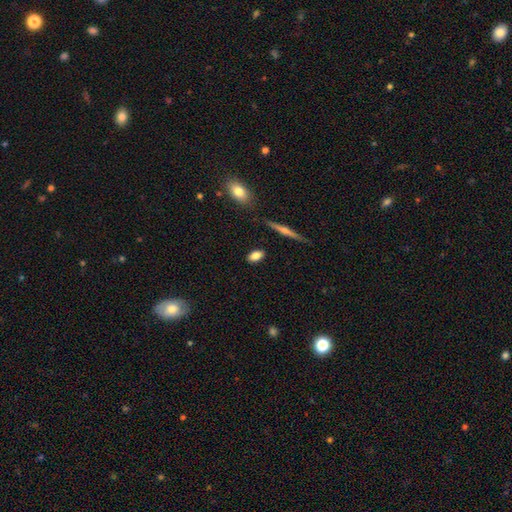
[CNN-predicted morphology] smooth-or-featured: smooth: 81% | featured or disk: 11% | star or artifact: 8%
  how-rounded: in between: 85% | round: 9% | cigar-shaped: 6%
  merging: none: 87% | minor disturbance: 9% | major disturbance: 2% | merger: 2%